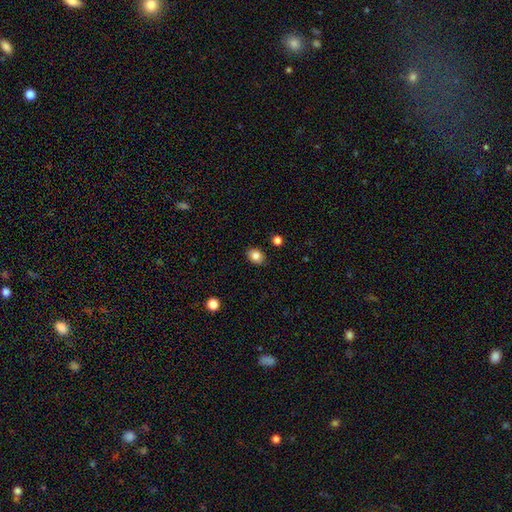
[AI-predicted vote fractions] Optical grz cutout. It shows a smooth galaxy with no disk features (84%) that is in between round and cigar-shaped (63%). Merging: none (87%).